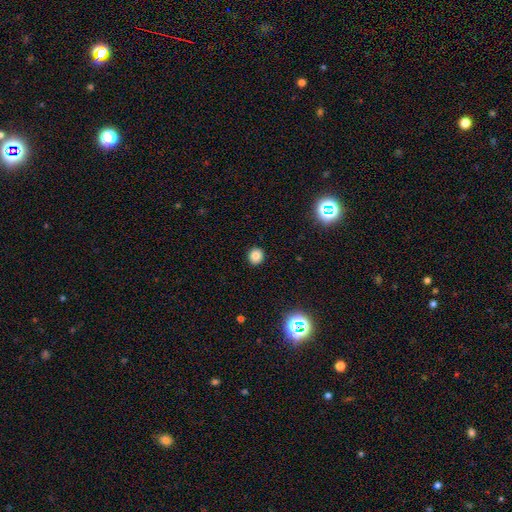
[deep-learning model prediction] smooth_or_featured: smooth (p=0.83) [alt: star or artifact p=0.13]
how_rounded: round (p=0.83) [alt: in between p=0.16]
merging: none (p=0.91) [alt: minor disturbance p=0.06]